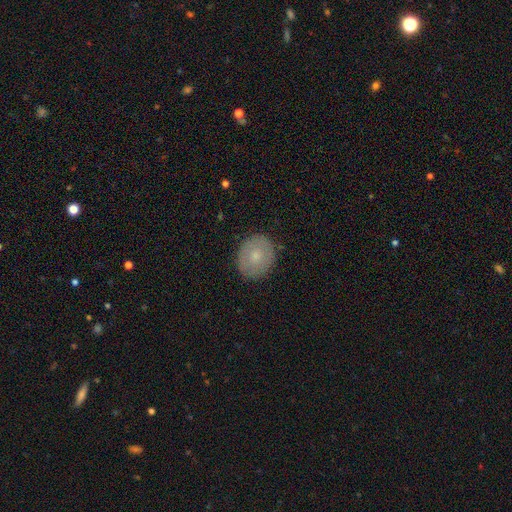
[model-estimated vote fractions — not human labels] Smooth or featured? smooth (69%)
How rounded? round (72%)
Merging? none (88%)